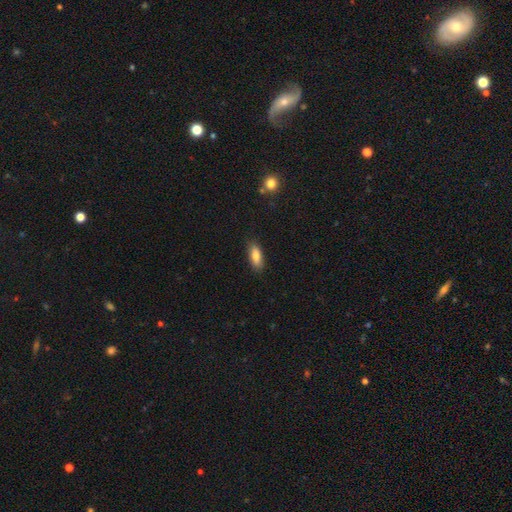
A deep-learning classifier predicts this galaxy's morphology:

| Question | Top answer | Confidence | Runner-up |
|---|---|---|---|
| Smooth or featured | smooth | 79% | featured or disk (14%) |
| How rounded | in between | 70% | cigar-shaped (28%) |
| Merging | none | 86% | minor disturbance (11%) |